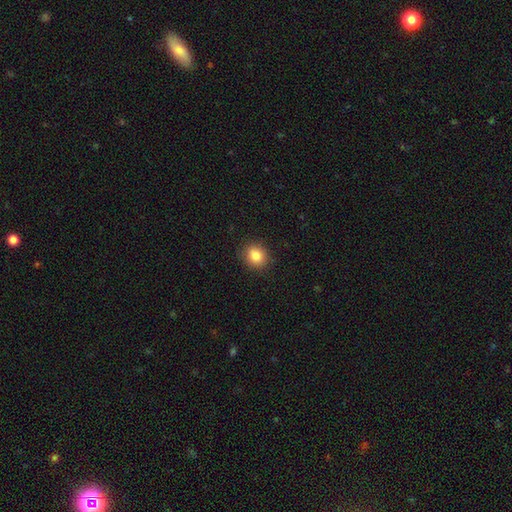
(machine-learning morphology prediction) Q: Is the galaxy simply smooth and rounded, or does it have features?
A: smooth — 84%.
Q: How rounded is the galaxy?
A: round — 77%.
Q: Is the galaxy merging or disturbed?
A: none — 89%.